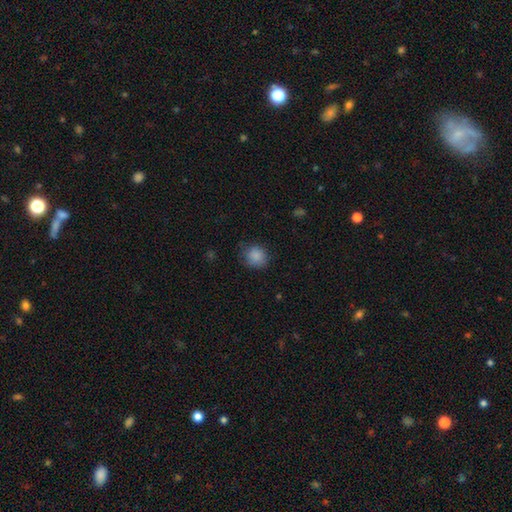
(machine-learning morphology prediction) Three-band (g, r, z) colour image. It shows a smooth galaxy with no disk features (87%) that is round (81%). Merging: none (71%).